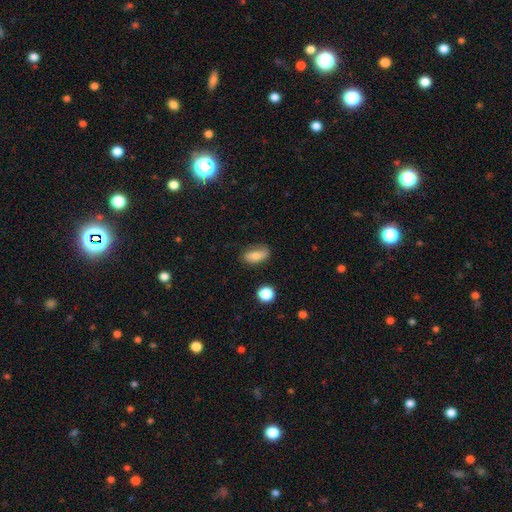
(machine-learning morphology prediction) Smooth or featured: smooth — 74% (featured or disk — 17%)
How rounded: in between — 85% (cigar-shaped — 9%)
Merging: none — 67% (minor disturbance — 24%)